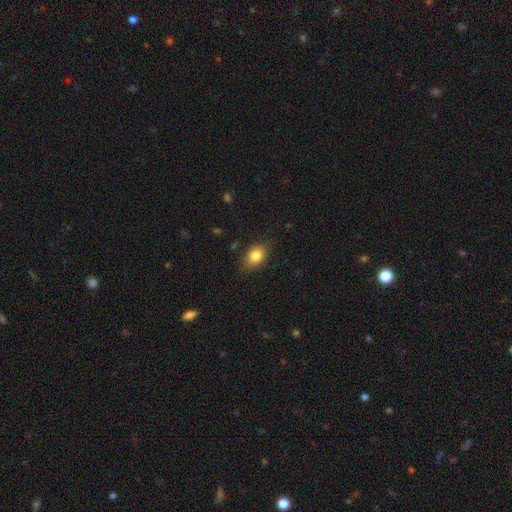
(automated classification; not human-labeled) This is clearly a smooth galaxy (82%). How rounded: likely in between (72%). Merging: clearly none (81%).